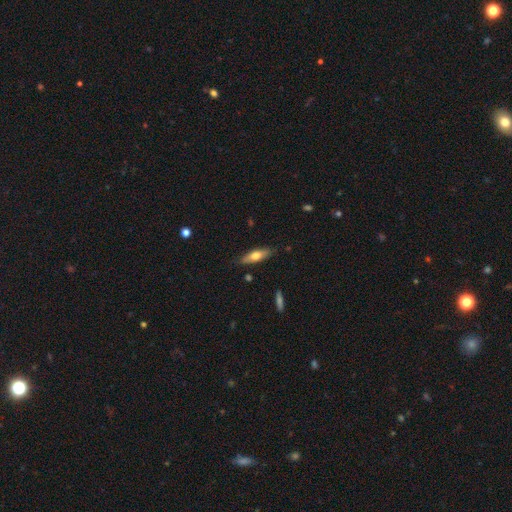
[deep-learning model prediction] smooth_or_featured: smooth (p=0.59) [alt: featured or disk p=0.35]
how_rounded: cigar-shaped (p=0.58) [alt: in between p=0.40]
merging: none (p=0.83) [alt: minor disturbance p=0.13]